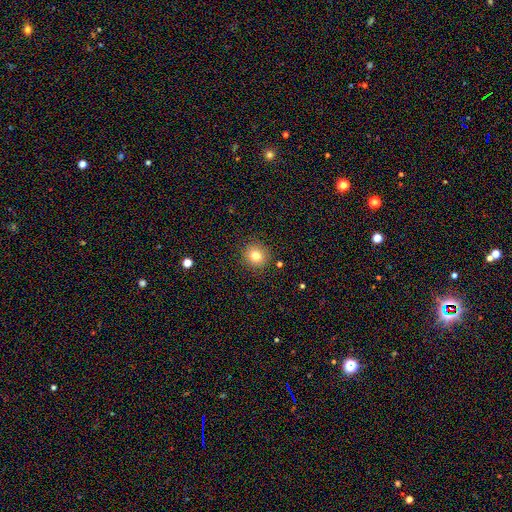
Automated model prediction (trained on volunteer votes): smooth 79%, star or artifact 13%, featured or disk 8%. Down the decision tree: how rounded — round (88%); merging — none (88%).